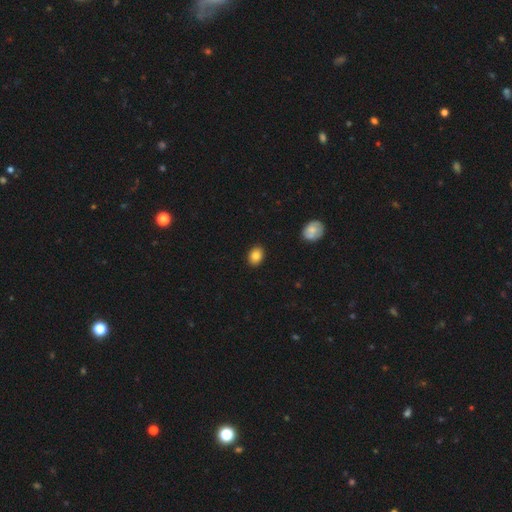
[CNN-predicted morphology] smooth_or_featured: smooth (p=0.85) [alt: star or artifact p=0.09]
how_rounded: in between (p=0.64) [alt: round p=0.35]
merging: none (p=0.90) [alt: minor disturbance p=0.07]